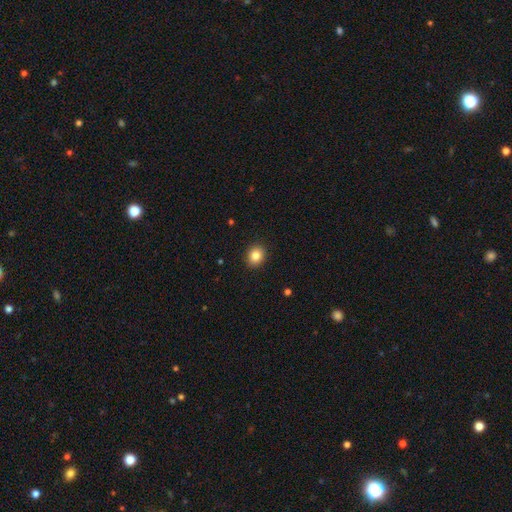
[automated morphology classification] Overall: smooth (84%). How rounded: round (68%; in between 31%). Merging: none (91%).